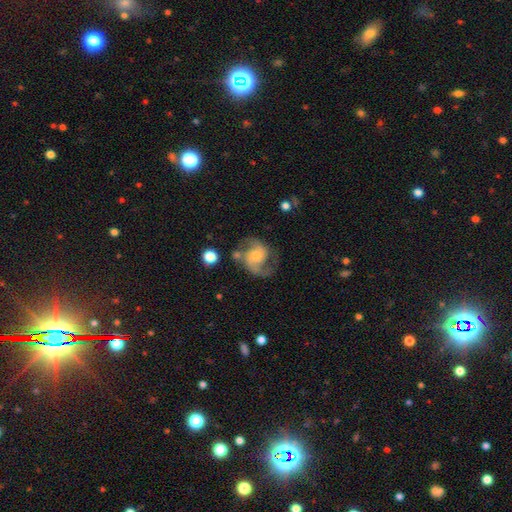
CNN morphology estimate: Smooth or featured: featured or disk — 84% (smooth — 10%)
Edge-on disk: no — 98% (yes — 2%)
Bar: no — 59% (weak — 35%)
Spiral arms: yes — 96% (no — 4%)
Spiral winding: medium — 54% (loose — 31%)
Spiral arm count: 2 — 90% (1 — 4%)
Bulge size: moderate — 43% (small — 35%)
Merging: none — 63% (minor disturbance — 18%)